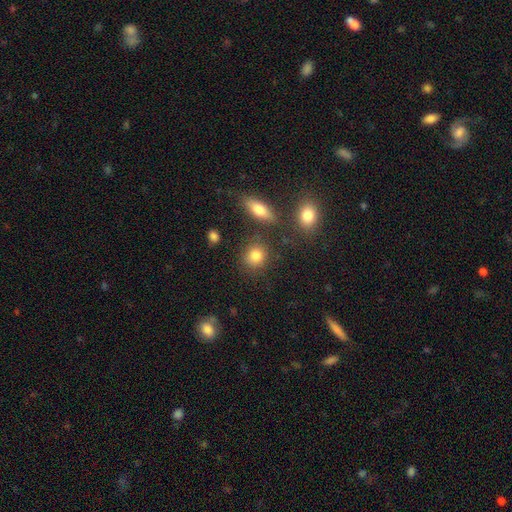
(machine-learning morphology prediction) smooth_or_featured: smooth (p=0.82) [alt: star or artifact p=0.10]
how_rounded: round (p=0.74) [alt: in between p=0.24]
merging: none (p=0.78) [alt: minor disturbance p=0.11]